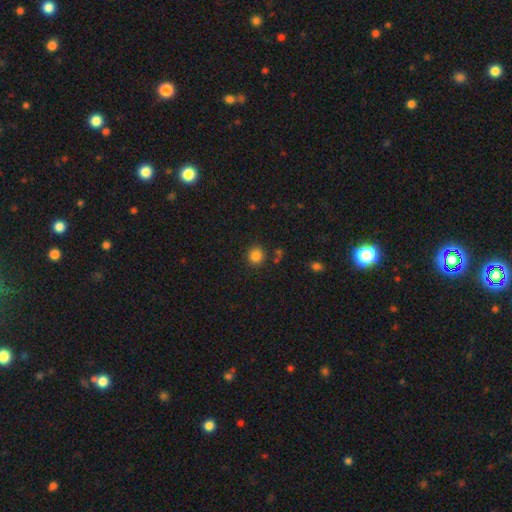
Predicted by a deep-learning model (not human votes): smooth_or_featured: smooth (p=0.84) [alt: star or artifact p=0.12]
how_rounded: round (p=0.90) [alt: in between p=0.09]
merging: none (p=0.86) [alt: minor disturbance p=0.08]